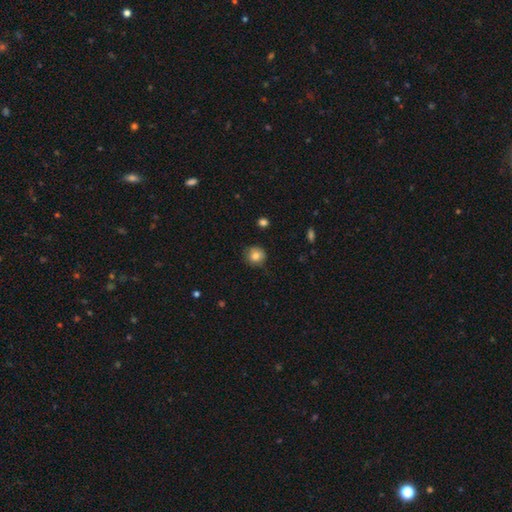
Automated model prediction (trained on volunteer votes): smooth_or_featured: smooth (p=0.82) [alt: star or artifact p=0.09]
how_rounded: round (p=0.87) [alt: in between p=0.12]
merging: none (p=0.80) [alt: minor disturbance p=0.15]